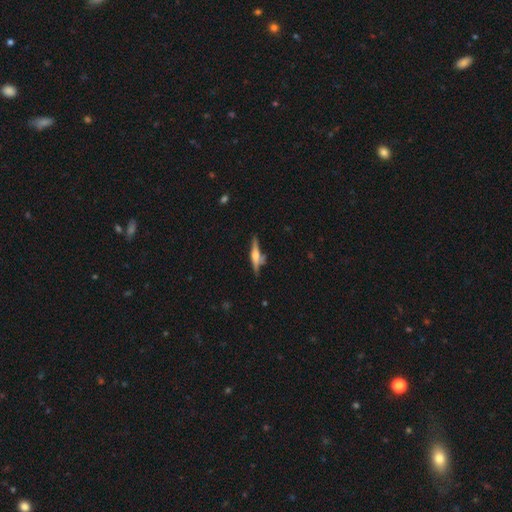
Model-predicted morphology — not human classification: A featured or disk galaxy (62%) viewed edge-on (94%) with a rounded central bulge (80%).

Vote fractions:
- Smooth or featured? featured or disk: 62% / smooth: 30% / star or artifact: 8%
- Edge-on disk? yes: 94% / no: 6%
- Edge-on bulge? rounded: 80% / boxy: 13% / none: 7%
- Merging? none: 65% / minor disturbance: 17% / merger: 11% / major disturbance: 7%